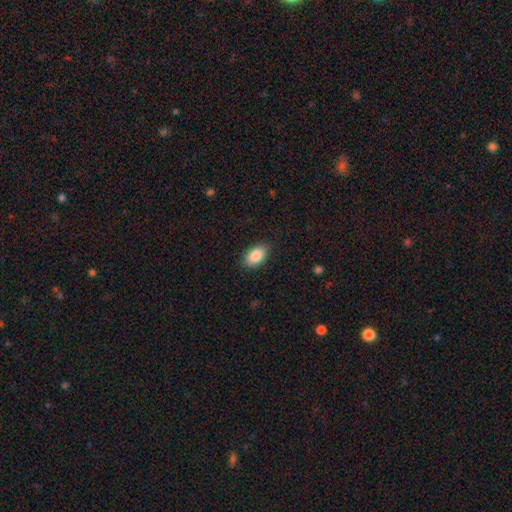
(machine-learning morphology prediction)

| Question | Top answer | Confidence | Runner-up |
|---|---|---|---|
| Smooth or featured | smooth | 88% | star or artifact (7%) |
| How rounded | in between | 92% | round (6%) |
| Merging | none | 87% | minor disturbance (10%) |